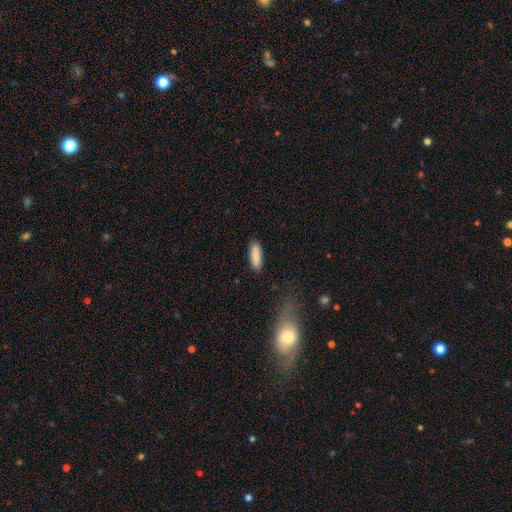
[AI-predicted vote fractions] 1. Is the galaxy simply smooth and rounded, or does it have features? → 86% smooth, 8% featured or disk, 6% star or artifact.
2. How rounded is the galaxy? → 58% in between, 41% cigar-shaped, 2% round.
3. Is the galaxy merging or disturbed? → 86% none, 10% minor disturbance, 2% major disturbance, 1% merger.